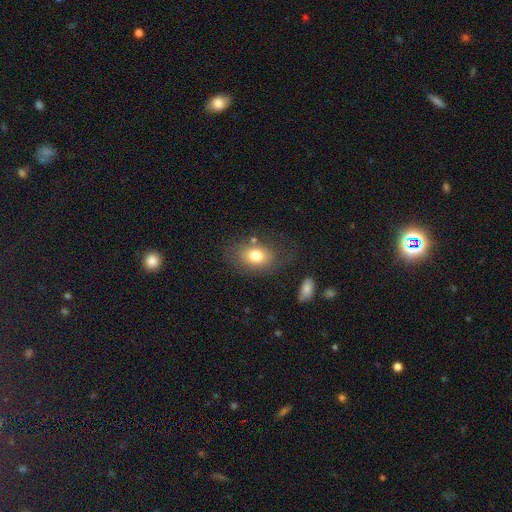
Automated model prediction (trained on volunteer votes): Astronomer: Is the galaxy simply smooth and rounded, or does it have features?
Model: smooth — 76%.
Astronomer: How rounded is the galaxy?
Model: in between — 72%.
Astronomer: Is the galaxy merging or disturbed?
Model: none — 68%.